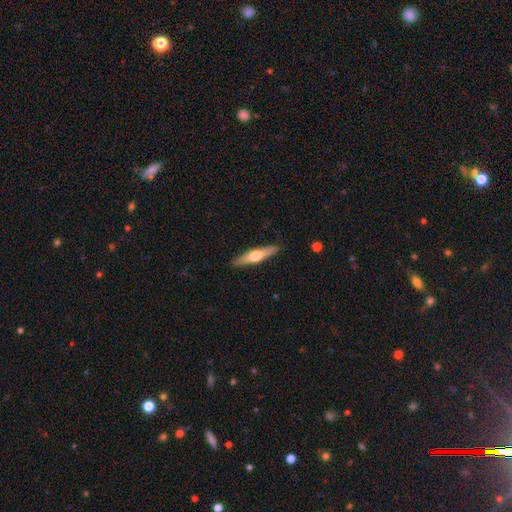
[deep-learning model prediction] Smooth or featured: featured or disk — 57% (smooth — 38%)
Edge-on disk: yes — 96% (no — 4%)
Edge-on bulge: rounded — 93% (boxy — 4%)
Merging: none — 90% (minor disturbance — 7%)